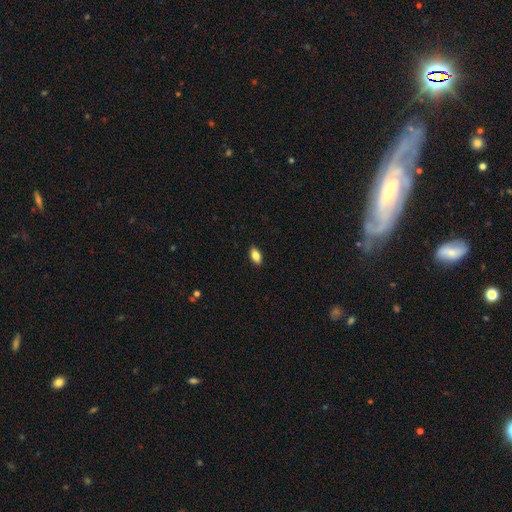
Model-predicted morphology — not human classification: smooth 84%, featured or disk 8%, star or artifact 8%. Down the decision tree: how rounded — in between (91%); merging — none (90%).